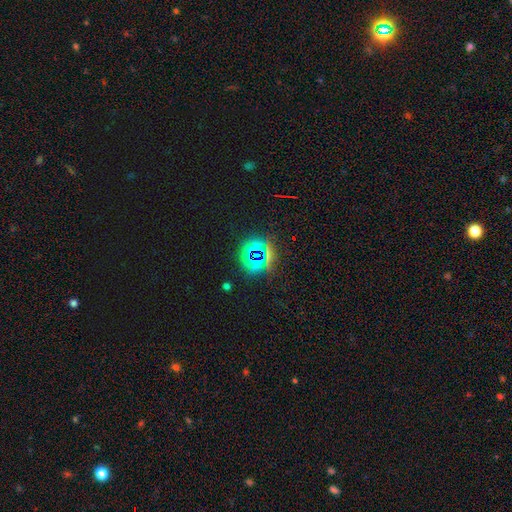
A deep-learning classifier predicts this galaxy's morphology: smooth-or-featured: star or artifact: 77% | smooth: 15% | featured or disk: 8%